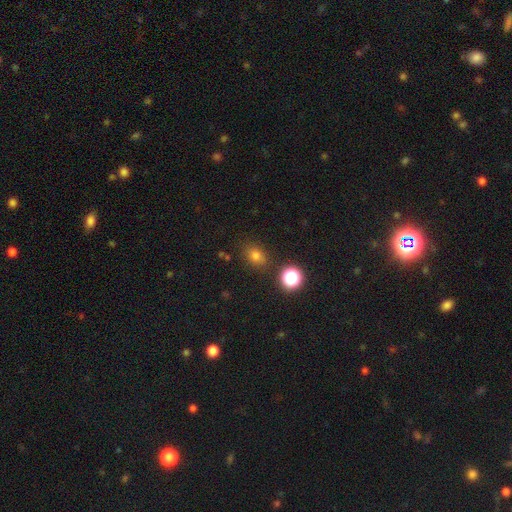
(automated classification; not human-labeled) A smooth galaxy with no disk features (75%) that is round (51%). Merging: none (82%).